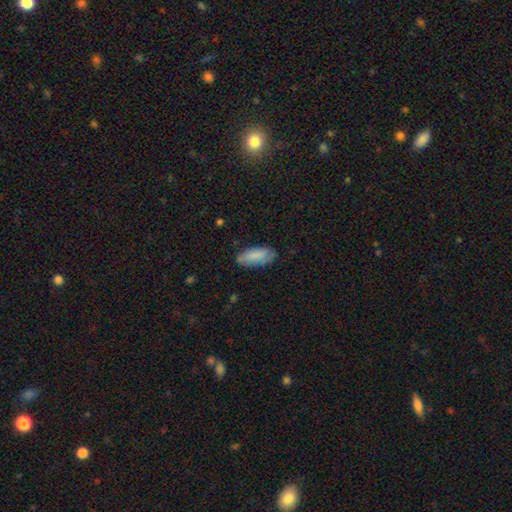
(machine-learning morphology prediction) The model was most divided on "merging": none: 74%, minor disturbance: 20%, major disturbance: 4%, merger: 1%. More confident: how rounded — in between (84%); smooth or featured — smooth (83%).